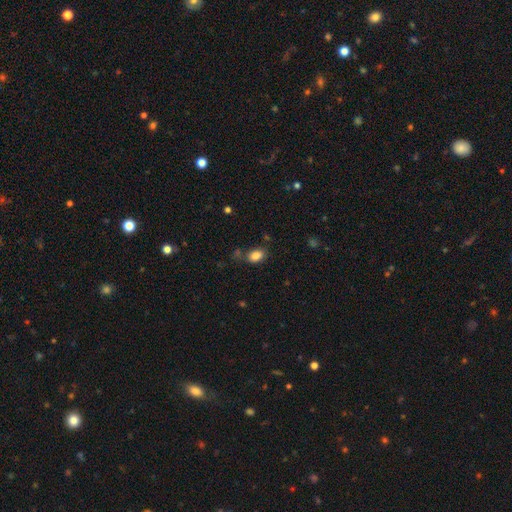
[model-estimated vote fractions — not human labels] Smooth or featured? Predicted: smooth (p=0.85). How rounded? Predicted: in between (p=0.86). Merging? Predicted: none (p=0.71).